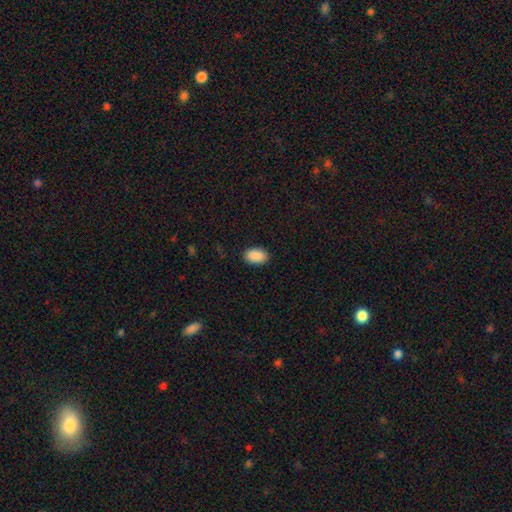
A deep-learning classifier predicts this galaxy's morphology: smooth 91%, star or artifact 7%, featured or disk 2%. Down the decision tree: how rounded — in between (93%); merging — none (89%).